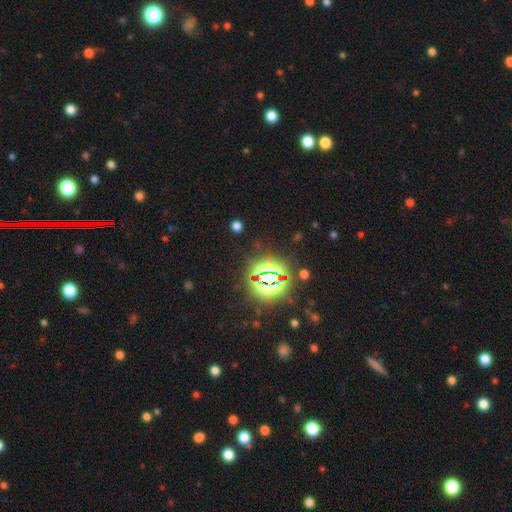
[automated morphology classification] Smooth or featured: star or artifact — 83% (smooth — 10%)